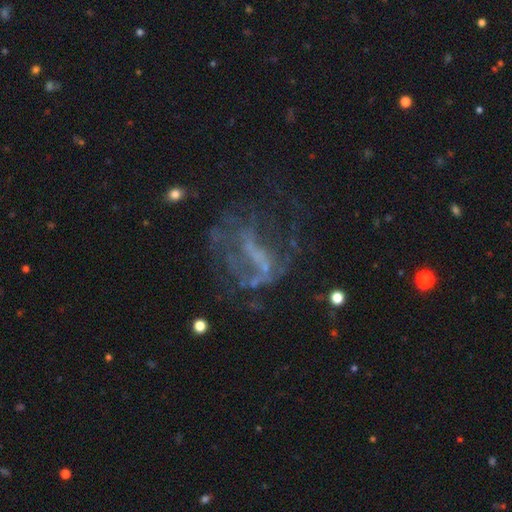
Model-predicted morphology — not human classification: The model was most divided on "merging": major disturbance: 41%, none: 39%, minor disturbance: 15%, merger: 5%. More confident: edge-on disk — no (95%); spiral arms — no (67%); bulge size — none (64%); smooth or featured — featured or disk (63%); bar — no (52%).